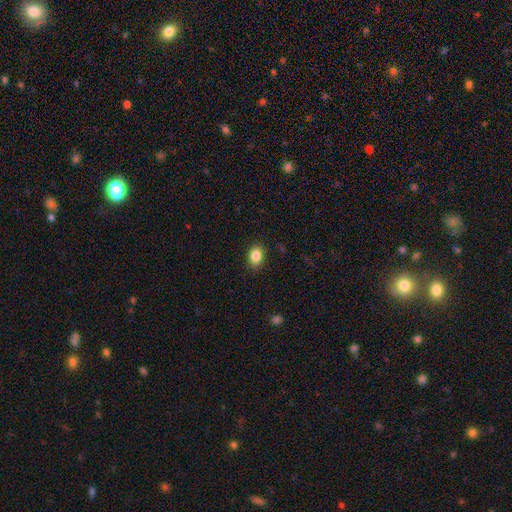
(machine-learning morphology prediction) A smooth galaxy with no disk features (86%) that is in between round and cigar-shaped (73%).

Vote fractions:
- Smooth or featured? smooth: 86% / star or artifact: 9% / featured or disk: 5%
- How rounded? in between: 73% / round: 25% / cigar-shaped: 1%
- Merging? none: 87% / minor disturbance: 9% / major disturbance: 3% / merger: 1%